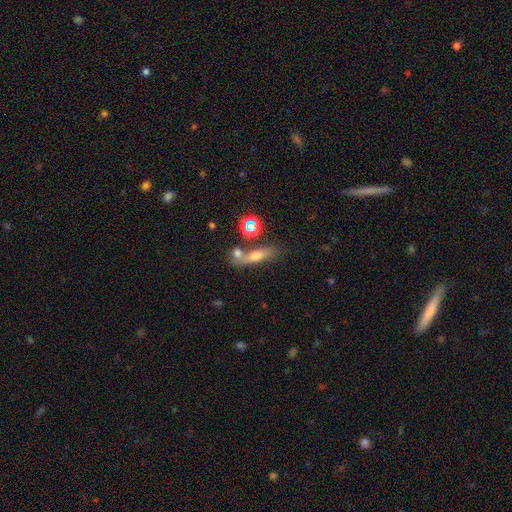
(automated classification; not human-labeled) Smooth or featured?
  - smooth: 57% *
  - featured or disk: 27%
  - star or artifact: 16%
How rounded?
  - cigar-shaped: 49% *
  - in between: 40%
  - round: 11%
Merging?
  - none: 53% *
  - merger: 28%
  - minor disturbance: 12%
  - major disturbance: 6%